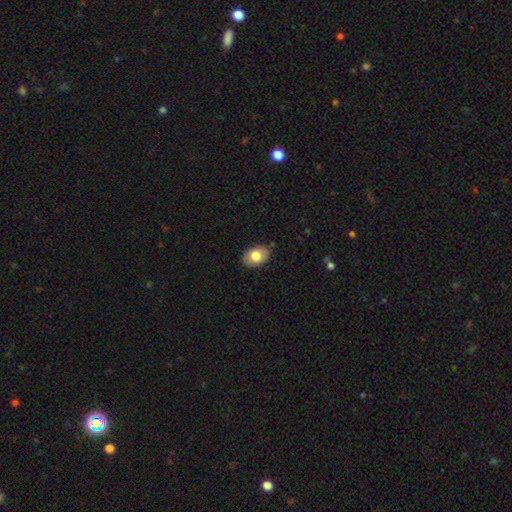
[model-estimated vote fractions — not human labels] Overall: smooth (77%). How rounded: in between (87%). Merging: none (83%).